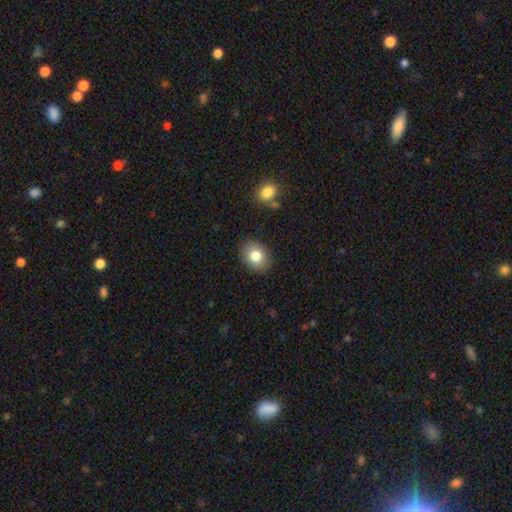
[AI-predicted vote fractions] This appears to be a smooth galaxy with no disk features (81%) that is in between round and cigar-shaped (56%). Merging: none (88%).